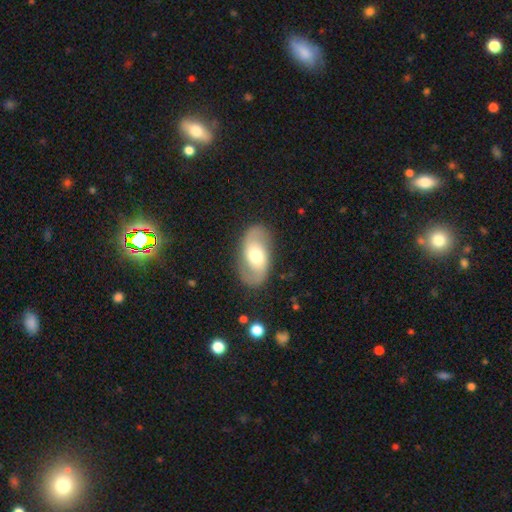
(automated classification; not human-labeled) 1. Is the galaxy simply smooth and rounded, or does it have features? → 73% featured or disk, 21% smooth, 6% star or artifact.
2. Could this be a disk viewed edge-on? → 96% no, 4% yes.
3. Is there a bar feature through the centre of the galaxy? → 61% no, 29% weak, 9% strong.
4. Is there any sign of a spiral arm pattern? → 88% yes, 12% no.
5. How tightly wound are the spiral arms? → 43% medium, 40% loose, 17% tight.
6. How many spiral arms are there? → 91% 2, 4% can't tell, 2% 1, 1% 3, 1% 4, 1% more than 4.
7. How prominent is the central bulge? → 68% moderate, 17% large, 12% small, 2% dominant, 1% none.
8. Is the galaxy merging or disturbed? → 83% none, 11% minor disturbance, 4% major disturbance, 1% merger.